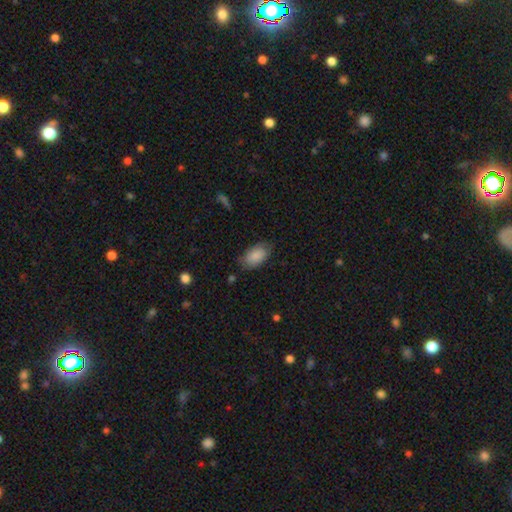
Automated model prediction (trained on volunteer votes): smooth_or_featured: smooth (p=0.87) [alt: featured or disk p=0.07]
how_rounded: in between (p=0.93) [alt: round p=0.05]
merging: none (p=0.73) [alt: minor disturbance p=0.21]